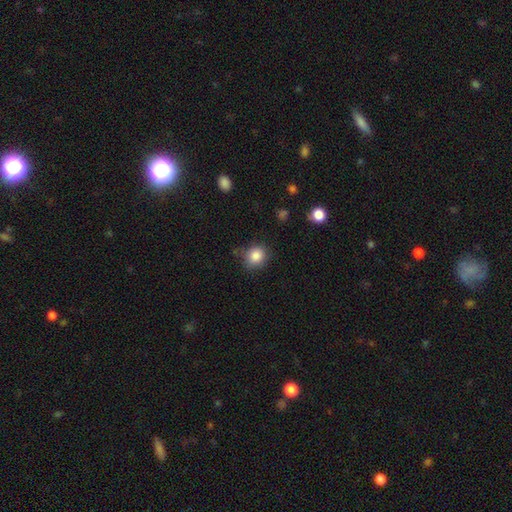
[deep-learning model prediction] The model was most divided on "how rounded": round: 79%, in between: 20%, cigar-shaped: 1%. More confident: smooth or featured — smooth (85%); merging — none (77%).